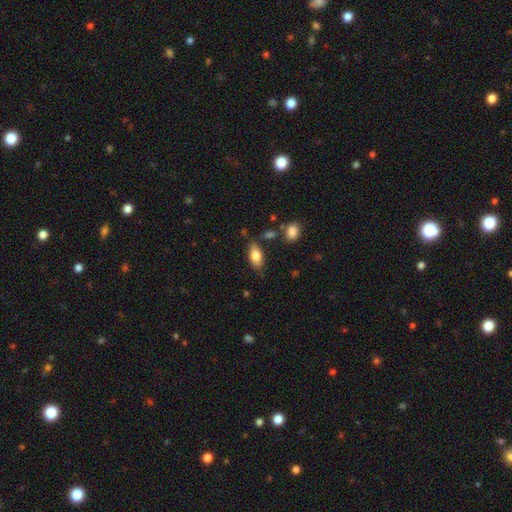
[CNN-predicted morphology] type=smooth (80%); roundness=in between (89%); merging=none (78%).